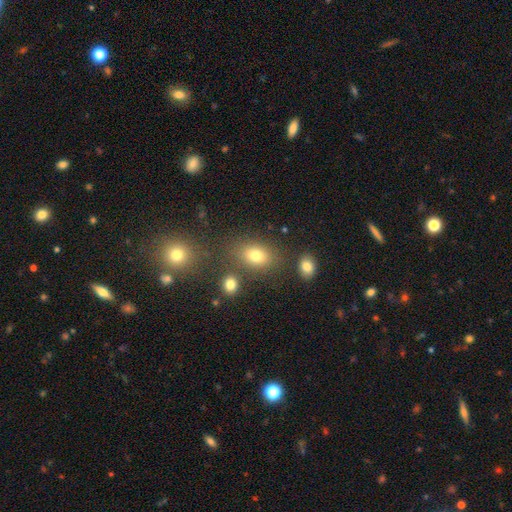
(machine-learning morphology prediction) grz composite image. It shows a smooth galaxy with no disk features (76%) that is in between round and cigar-shaped (70%). Merging: none (73%).